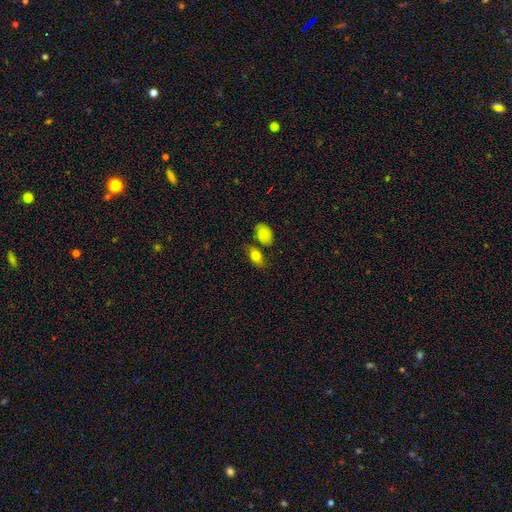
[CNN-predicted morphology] Q: Smooth or featured?
A: smooth (77%); runner-up: featured or disk (15%)
Q: How rounded?
A: in between (85%); runner-up: round (11%)
Q: Merging?
A: none (60%); runner-up: merger (19%)